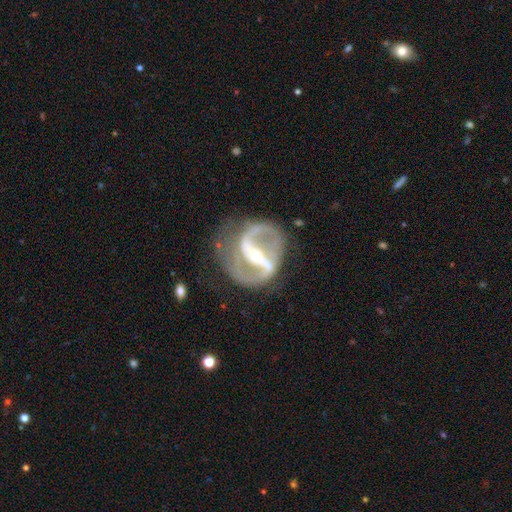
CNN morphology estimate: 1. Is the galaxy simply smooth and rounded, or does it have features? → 90% featured or disk, 5% star or artifact, 4% smooth.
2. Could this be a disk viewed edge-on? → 97% no, 3% yes.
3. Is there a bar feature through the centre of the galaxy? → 69% strong, 20% weak, 11% no.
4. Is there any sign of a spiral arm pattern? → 94% yes, 6% no.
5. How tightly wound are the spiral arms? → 53% medium, 30% loose, 17% tight.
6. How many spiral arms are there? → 90% 2, 3% 1, 3% can't tell, 2% 3, 1% 4, 1% more than 4.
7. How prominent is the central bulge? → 66% small, 31% moderate, 2% large, 1% none, 1% dominant.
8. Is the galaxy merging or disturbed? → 62% none, 19% minor disturbance, 16% major disturbance, 3% merger.